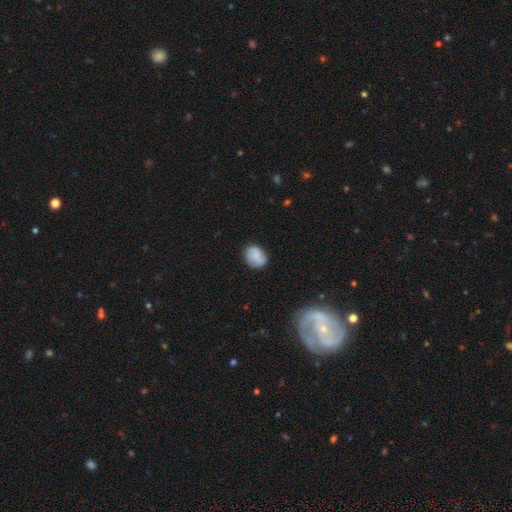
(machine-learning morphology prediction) smooth 72%, featured or disk 19%, star or artifact 8%. Down the decision tree: how rounded — in between (55%); merging — none (73%).